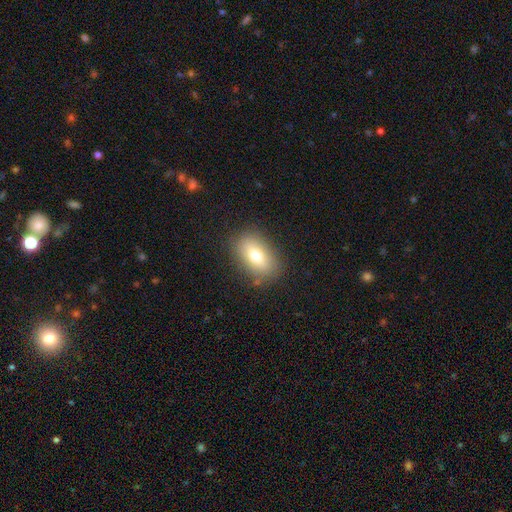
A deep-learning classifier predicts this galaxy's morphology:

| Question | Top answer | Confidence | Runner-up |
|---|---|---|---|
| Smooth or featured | smooth | 73% | featured or disk (17%) |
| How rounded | in between | 86% | round (11%) |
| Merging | none | 84% | minor disturbance (11%) |